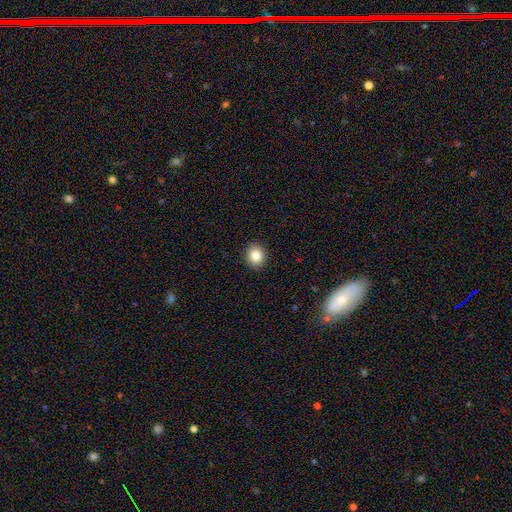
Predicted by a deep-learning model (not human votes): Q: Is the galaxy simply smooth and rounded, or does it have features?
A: smooth — 85%.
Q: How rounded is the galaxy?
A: round — 74%.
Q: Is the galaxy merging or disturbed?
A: none — 91%.